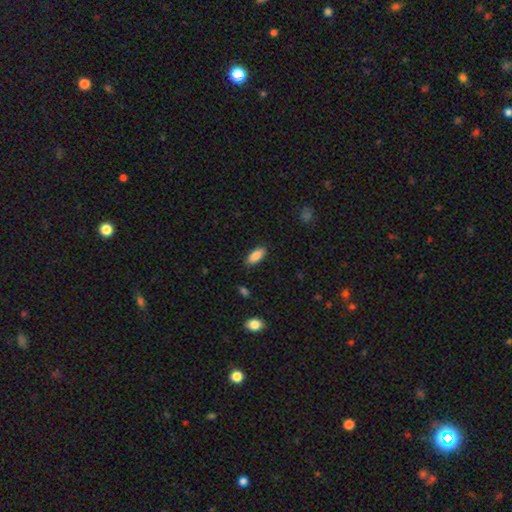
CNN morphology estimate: smooth 87%, star or artifact 7%, featured or disk 6%. Down the decision tree: how rounded — in between (84%); merging — none (86%).